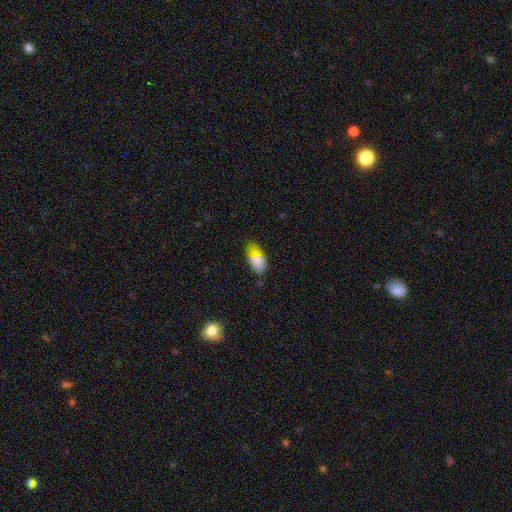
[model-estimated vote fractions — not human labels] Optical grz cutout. It shows a smooth galaxy with no disk features (76%) that is in between round and cigar-shaped (91%). Merging: none (73%).